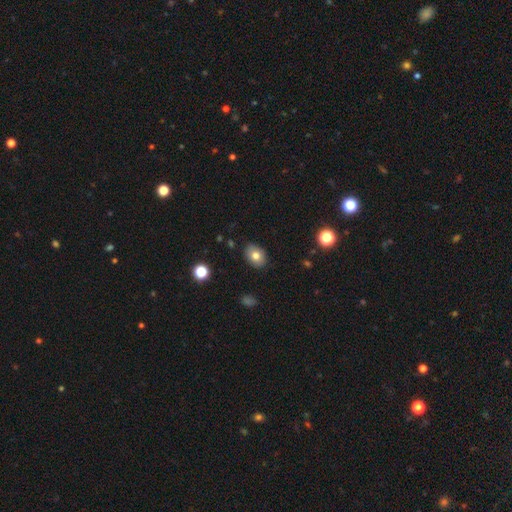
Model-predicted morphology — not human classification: Q: Smooth or featured?
A: smooth (77%); runner-up: featured or disk (14%)
Q: How rounded?
A: in between (69%); runner-up: round (30%)
Q: Merging?
A: none (86%); runner-up: minor disturbance (10%)